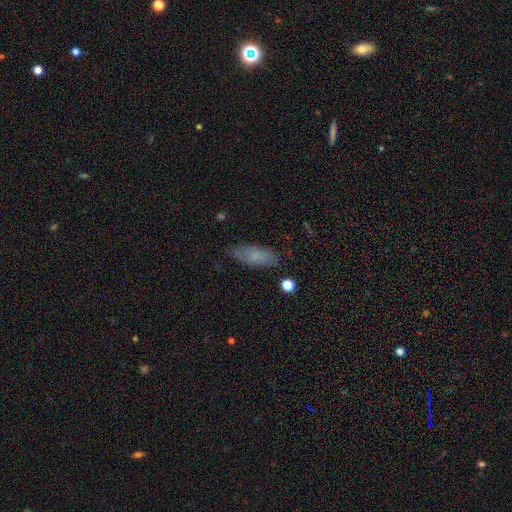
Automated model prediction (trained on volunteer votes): A smooth galaxy with no disk features (77%) that is in between round and cigar-shaped (69%). Merging: none (81%).